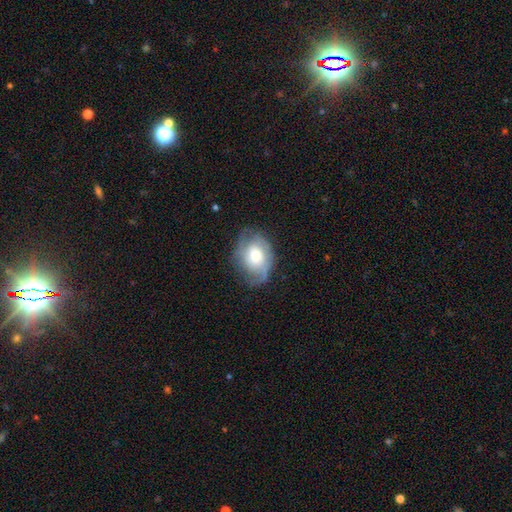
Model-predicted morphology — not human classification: The model was most divided on "smooth or featured": featured or disk: 62%, smooth: 32%, star or artifact: 7%. More confident: edge-on disk — no (96%); spiral arms — yes (83%); bar — no (73%); merging — none (63%); bulge size — moderate (63%).